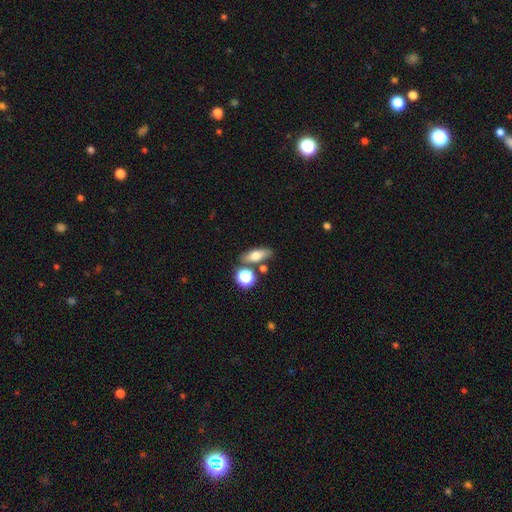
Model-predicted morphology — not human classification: Smooth or featured: smooth — 65% (featured or disk — 23%)
How rounded: in between — 63% (cigar-shaped — 25%)
Merging: none — 72% (merger — 12%)